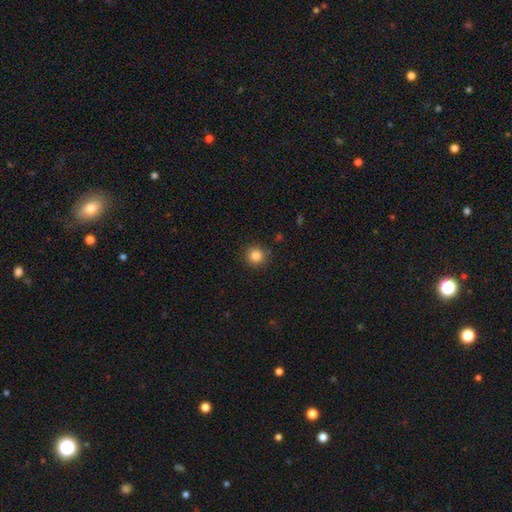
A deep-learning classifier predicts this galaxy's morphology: Smooth or featured? smooth (85%)
How rounded? round (93%)
Merging? none (89%)